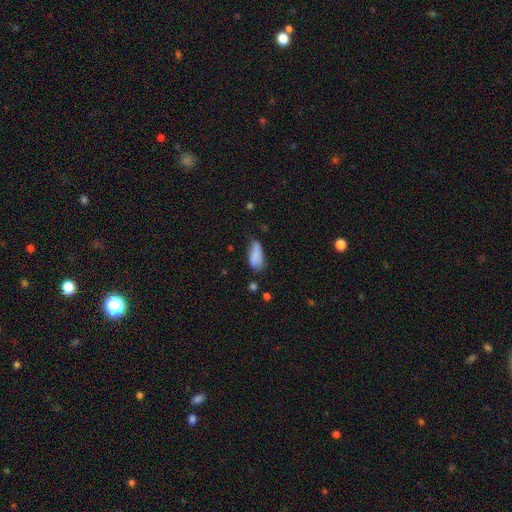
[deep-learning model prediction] This appears to be a smooth galaxy with no disk features (83%) that is in between round and cigar-shaped (84%). Merging: none (46%).